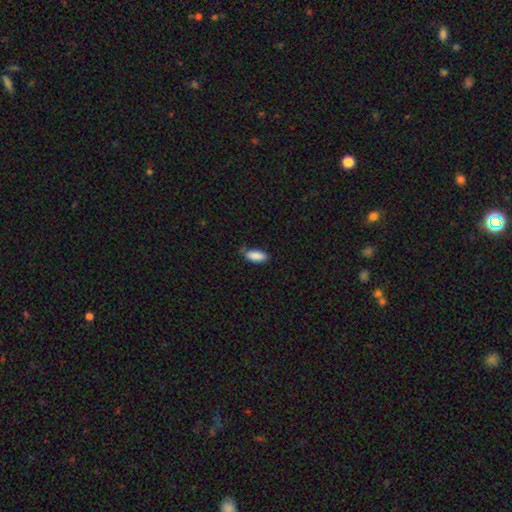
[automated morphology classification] Smooth or featured? Predicted: smooth (p=0.88). How rounded? Predicted: in between (p=0.85). Merging? Predicted: none (p=0.65).